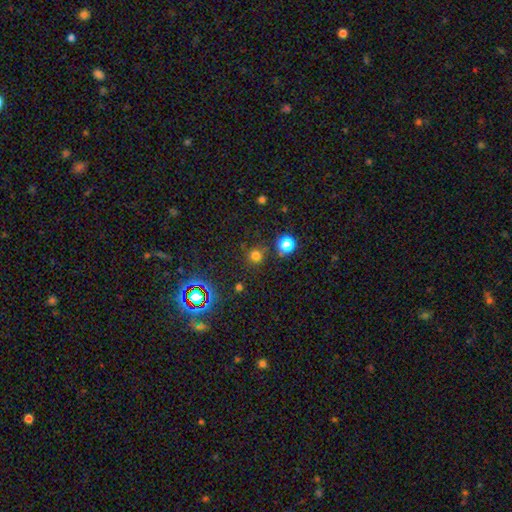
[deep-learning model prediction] Smooth or featured? smooth (68%)
How rounded? round (92%)
Merging? none (82%)